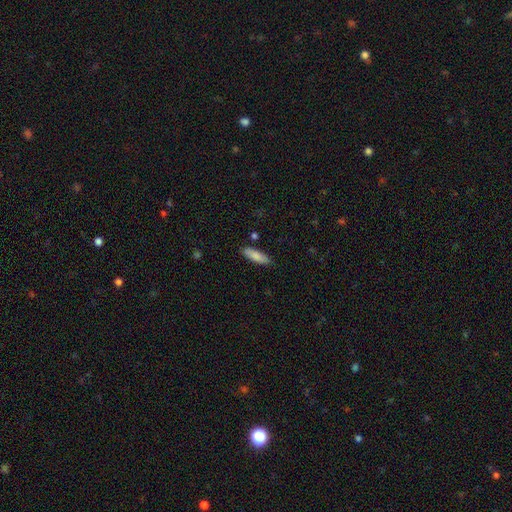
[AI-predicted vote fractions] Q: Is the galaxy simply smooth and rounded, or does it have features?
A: smooth — 84%.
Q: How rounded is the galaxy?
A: cigar-shaped — 50%.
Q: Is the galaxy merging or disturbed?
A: none — 86%.